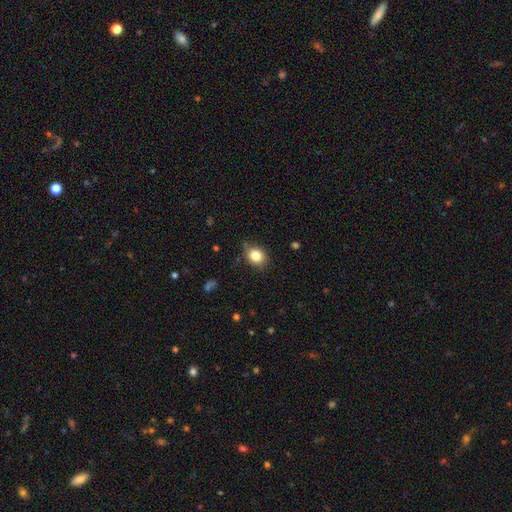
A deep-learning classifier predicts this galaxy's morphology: Smooth or featured? smooth (83%)
How rounded? round (61%)
Merging? none (80%)